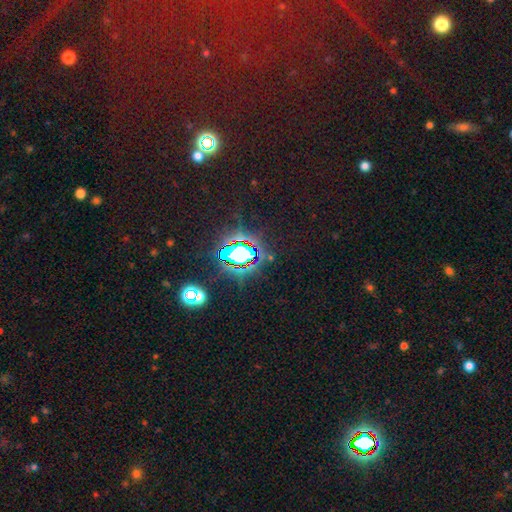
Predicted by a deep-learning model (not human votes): This appears to be a star or artifact, not a galaxy (81%).